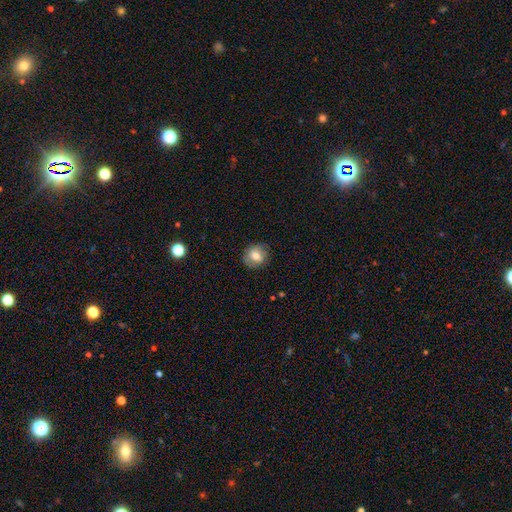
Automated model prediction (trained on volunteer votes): smooth_or_featured: smooth (p=0.69) [alt: featured or disk p=0.22]
how_rounded: round (p=0.77) [alt: in between p=0.22]
merging: none (p=0.80) [alt: minor disturbance p=0.15]